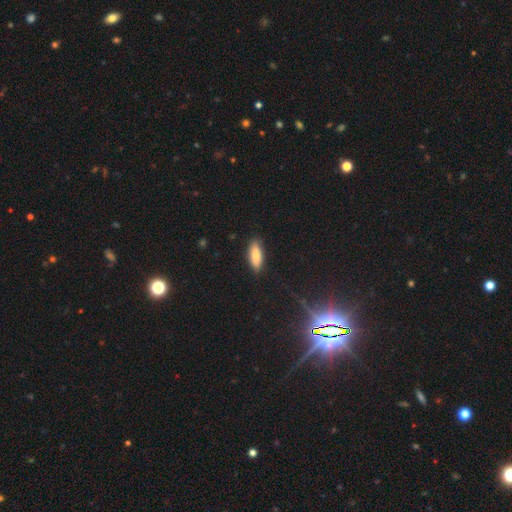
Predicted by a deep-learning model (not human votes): Smooth or featured? Predicted: smooth (p=0.83). How rounded? Predicted: in between (p=0.66). Merging? Predicted: none (p=0.86).